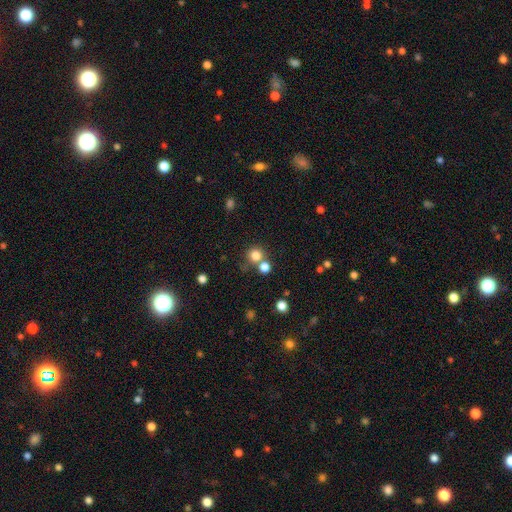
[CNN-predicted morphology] A smooth galaxy with no disk features (79%) that is round (91%). Merging: none (64%).